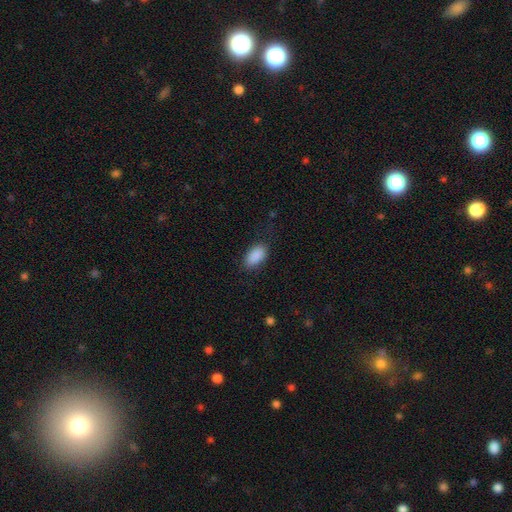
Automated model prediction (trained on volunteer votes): smooth-or-featured: smooth: 90% | star or artifact: 7% | featured or disk: 4%
  how-rounded: in between: 93% | round: 4% | cigar-shaped: 3%
  merging: none: 81% | minor disturbance: 13% | major disturbance: 4% | merger: 1%